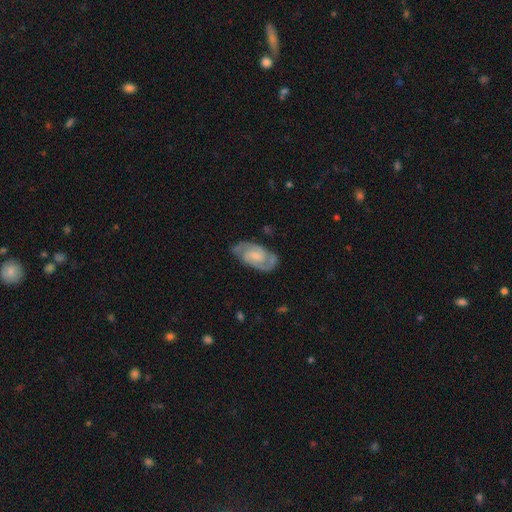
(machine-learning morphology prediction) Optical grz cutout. It shows a featured or disk galaxy (82%) with no bar (48%), 2 (87%) medium (46%) spiral arms (96%) and a small central bulge (46%). Merging: none (77%).